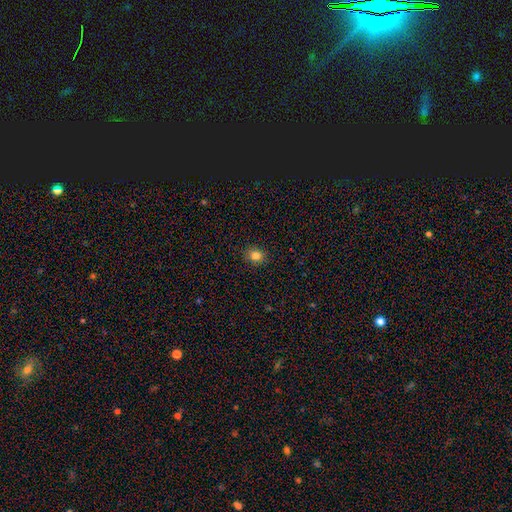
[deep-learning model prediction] smooth_or_featured: smooth (p=0.83) [alt: star or artifact p=0.12]
how_rounded: round (p=0.63) [alt: in between p=0.36]
merging: none (p=0.89) [alt: minor disturbance p=0.08]